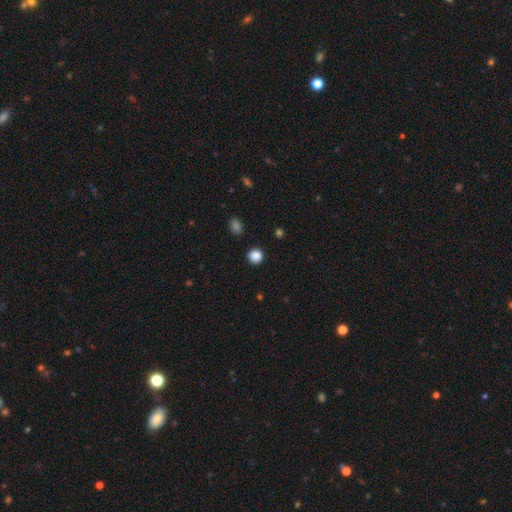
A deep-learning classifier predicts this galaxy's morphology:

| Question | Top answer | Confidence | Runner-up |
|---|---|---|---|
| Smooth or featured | smooth | 87% | star or artifact (10%) |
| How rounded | round | 92% | in between (7%) |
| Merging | none | 91% | minor disturbance (6%) |